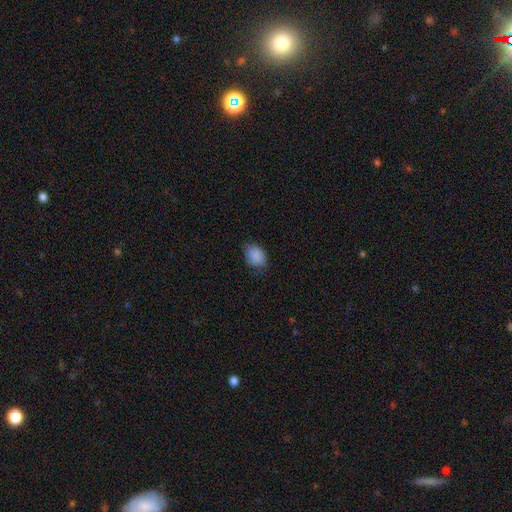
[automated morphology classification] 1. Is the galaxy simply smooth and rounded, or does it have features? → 88% smooth, 8% star or artifact, 4% featured or disk.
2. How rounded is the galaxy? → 67% in between, 32% round, 1% cigar-shaped.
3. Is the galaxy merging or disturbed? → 74% none, 21% minor disturbance, 4% major disturbance, 1% merger.